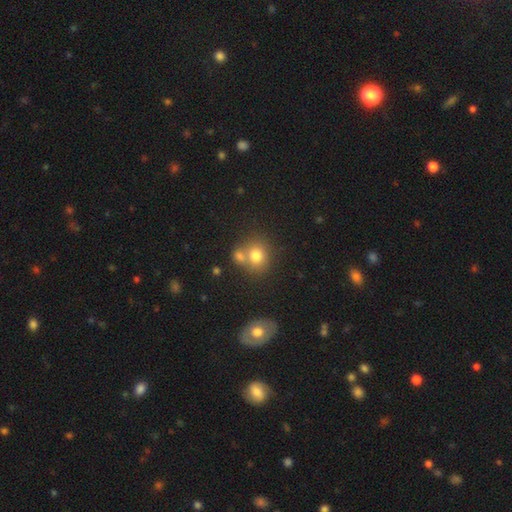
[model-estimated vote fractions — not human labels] Smooth or featured? smooth (76%)
How rounded? round (74%)
Merging? none (49%)